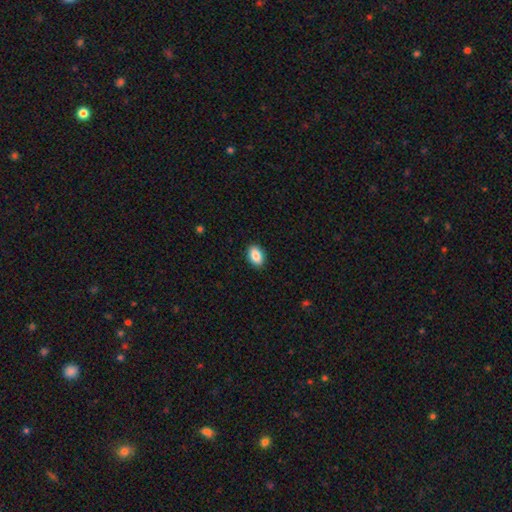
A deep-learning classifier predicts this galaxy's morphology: This appears to be a smooth galaxy with no disk features (87%) that is in between round and cigar-shaped (89%). Merging: none (91%).